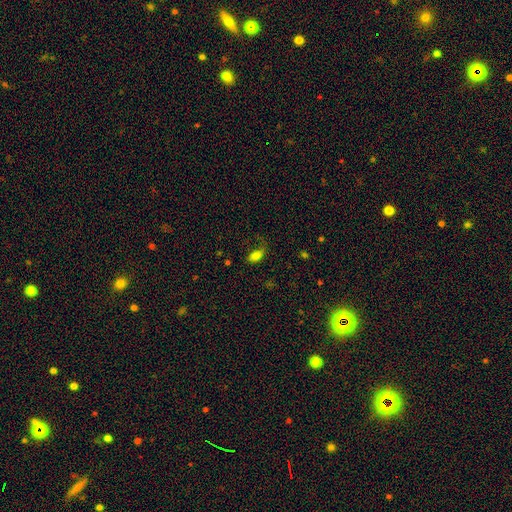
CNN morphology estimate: Smooth or featured: smooth — 78% (featured or disk — 11%)
How rounded: in between — 89% (round — 6%)
Merging: none — 55% (minor disturbance — 25%)